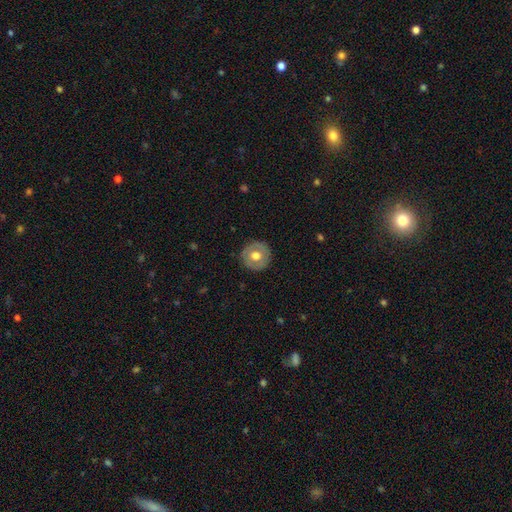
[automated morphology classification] Smooth or featured? smooth (54%)
How rounded? round (93%)
Merging? none (87%)